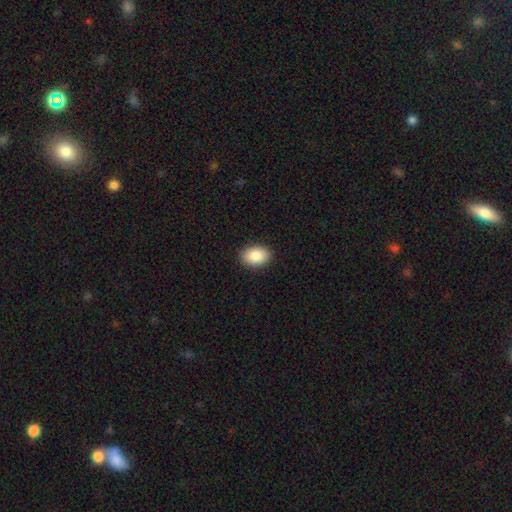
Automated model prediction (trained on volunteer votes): Smooth or featured?
  - smooth: 89% *
  - star or artifact: 7%
  - featured or disk: 4%
How rounded?
  - in between: 85% *
  - round: 14%
  - cigar-shaped: 1%
Merging?
  - none: 90% *
  - minor disturbance: 7%
  - major disturbance: 2%
  - merger: 1%